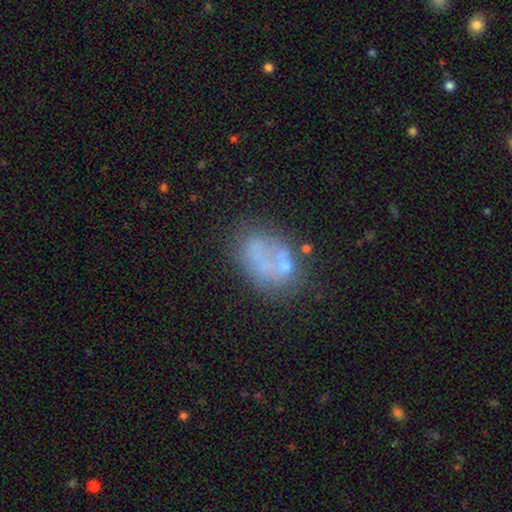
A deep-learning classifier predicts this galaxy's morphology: Smooth or featured? featured or disk (46%)
Merging? none (46%)